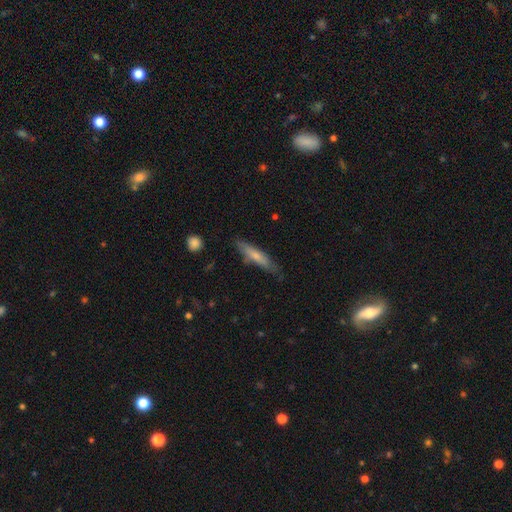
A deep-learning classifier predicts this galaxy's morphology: This appears to be a smooth galaxy with no disk features (65%) that is cigar-shaped (83%). Merging: none (78%).